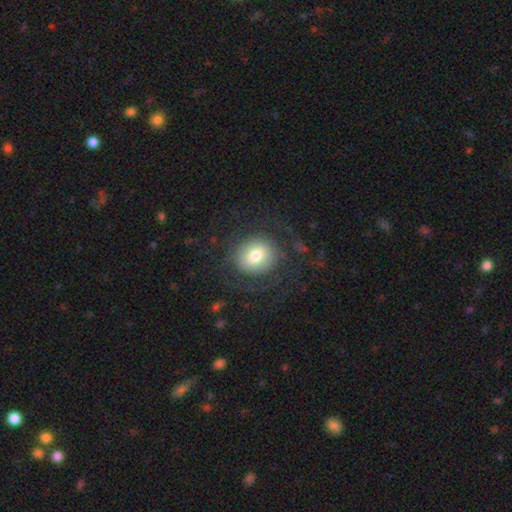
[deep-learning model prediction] Q: Smooth or featured?
A: smooth (55%); runner-up: featured or disk (36%)
Q: How rounded?
A: round (81%); runner-up: in between (18%)
Q: Merging?
A: none (72%); runner-up: major disturbance (15%)